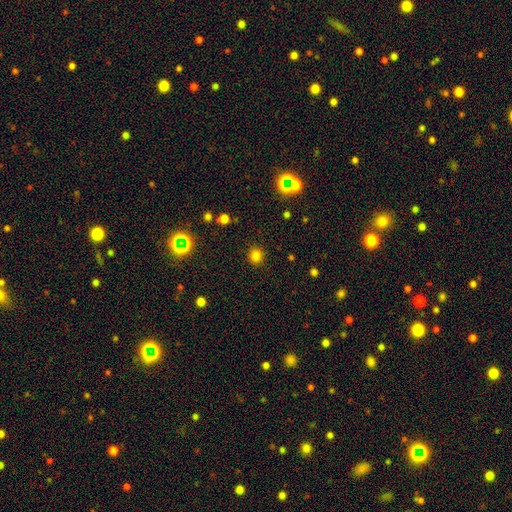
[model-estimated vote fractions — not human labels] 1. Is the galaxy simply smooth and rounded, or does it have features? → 80% smooth, 16% star or artifact, 5% featured or disk.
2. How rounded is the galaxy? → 89% round, 10% in between, 1% cigar-shaped.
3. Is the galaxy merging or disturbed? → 90% none, 6% minor disturbance, 2% major disturbance, 1% merger.